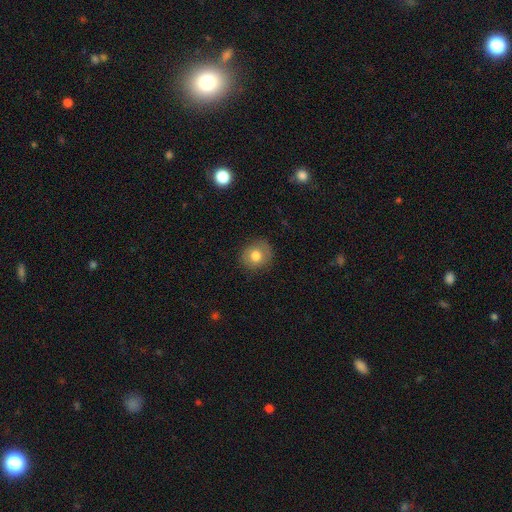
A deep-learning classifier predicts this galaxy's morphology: smooth-or-featured: smooth: 76% | featured or disk: 15% | star or artifact: 9%
  how-rounded: round: 80% | in between: 20% | cigar-shaped: 1%
  merging: none: 85% | minor disturbance: 11% | major disturbance: 3% | merger: 1%